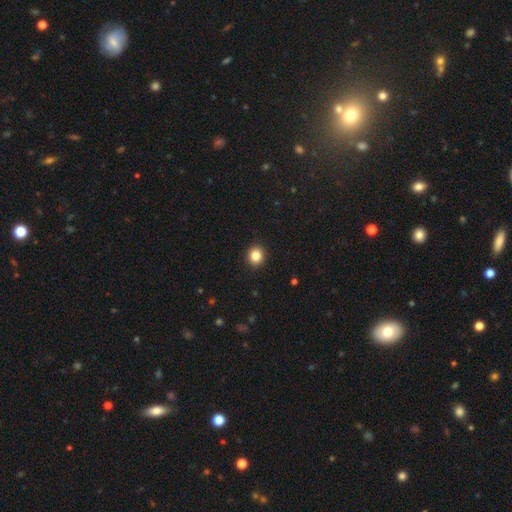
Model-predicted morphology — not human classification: smooth-or-featured: smooth: 84% | star or artifact: 10% | featured or disk: 5%
  how-rounded: round: 85% | in between: 14% | cigar-shaped: 1%
  merging: none: 93% | minor disturbance: 5% | major disturbance: 2% | merger: 1%